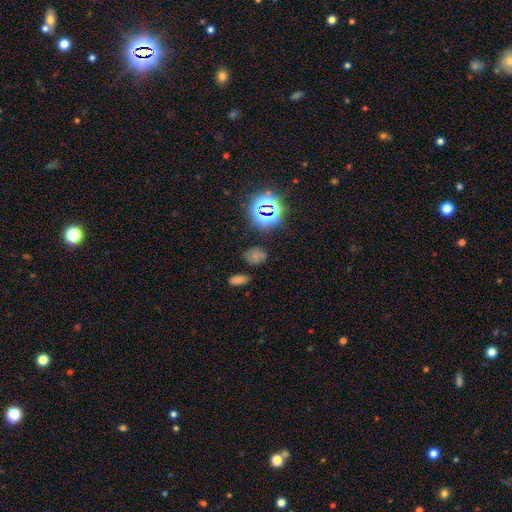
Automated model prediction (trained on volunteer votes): smooth_or_featured: smooth (p=0.51) [alt: star or artifact p=0.36]
how_rounded: in between (p=0.52) [alt: round p=0.46]
merging: none (p=0.69) [alt: minor disturbance p=0.18]